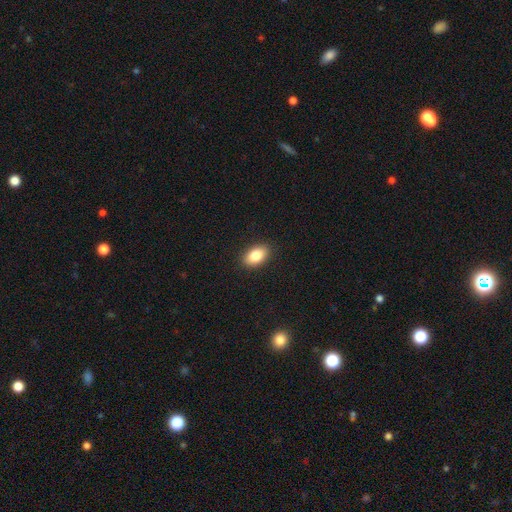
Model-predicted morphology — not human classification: Smooth or featured? smooth (85%)
How rounded? in between (91%)
Merging? none (90%)